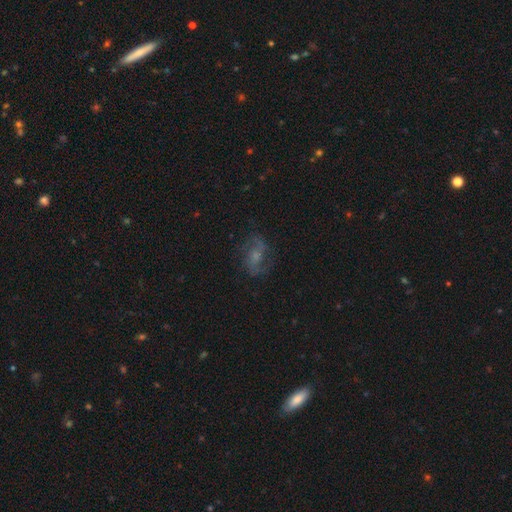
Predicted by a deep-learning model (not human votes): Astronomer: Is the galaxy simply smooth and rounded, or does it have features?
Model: featured or disk — 72%.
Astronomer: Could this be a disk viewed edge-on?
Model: no — 96%.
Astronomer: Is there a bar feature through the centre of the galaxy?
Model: no — 47% (runner-up: weak, 41%).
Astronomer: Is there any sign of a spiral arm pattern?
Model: yes — 91%.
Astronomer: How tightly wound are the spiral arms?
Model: medium — 45% (runner-up: loose, 42%).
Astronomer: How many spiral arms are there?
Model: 2 — 86%.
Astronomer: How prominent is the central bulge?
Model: small — 45% (runner-up: moderate, 36%).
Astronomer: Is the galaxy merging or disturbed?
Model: none — 72%.